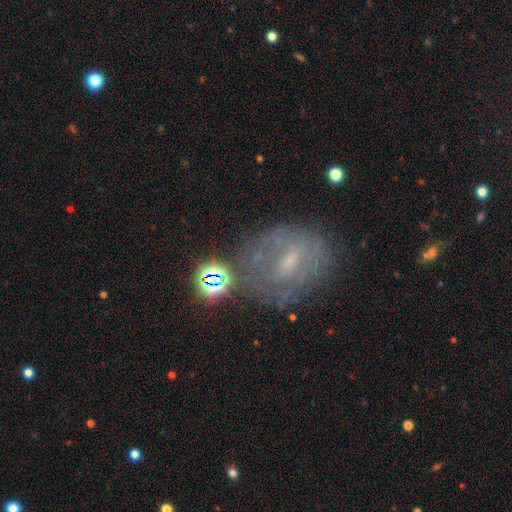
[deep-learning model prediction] Overall: featured or disk (52%; smooth 27%). Edge-on disk: no (93%). Merging: none (62%).